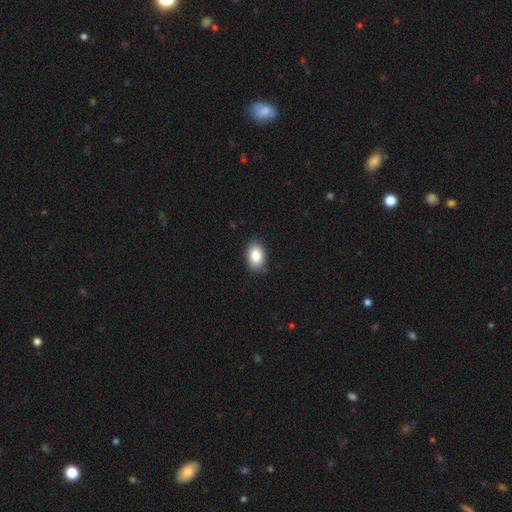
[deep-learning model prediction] The model was most divided on "how rounded": in between: 85%, round: 14%, cigar-shaped: 1%. More confident: smooth or featured — smooth (88%); merging — none (86%).